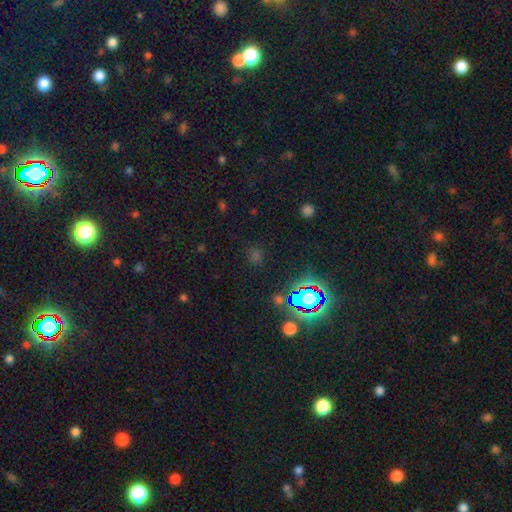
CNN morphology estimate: Q: Smooth or featured?
A: star or artifact (62%); runner-up: smooth (31%)